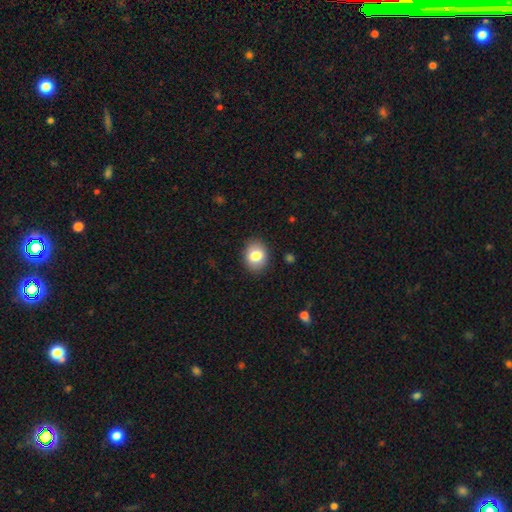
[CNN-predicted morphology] This appears to be a smooth galaxy with no disk features (81%) that is in between round and cigar-shaped (53%). Merging: none (88%).